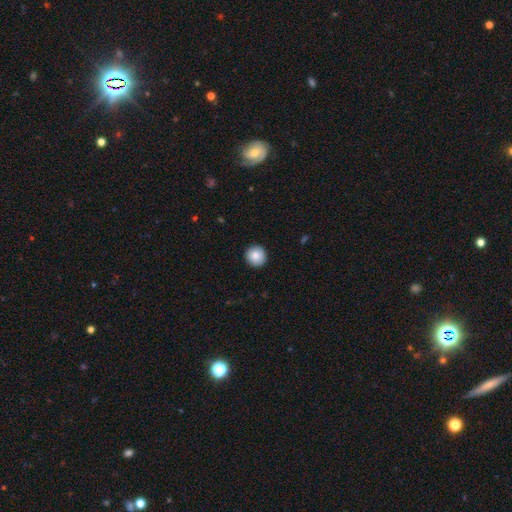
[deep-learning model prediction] Smooth or featured? smooth (85%)
How rounded? round (95%)
Merging? none (92%)